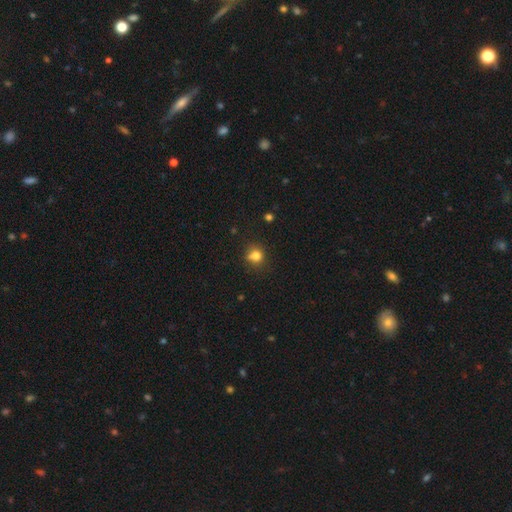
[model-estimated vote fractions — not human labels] Smooth or featured?
  - smooth: 79% *
  - star or artifact: 13%
  - featured or disk: 8%
How rounded?
  - round: 75% *
  - in between: 24%
  - cigar-shaped: 1%
Merging?
  - none: 65% *
  - minor disturbance: 20%
  - merger: 8%
  - major disturbance: 6%